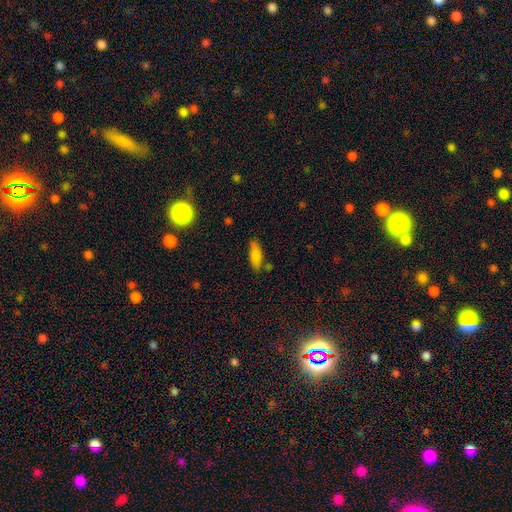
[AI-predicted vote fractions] This is clearly a smooth galaxy (81%). How rounded: possibly in between (60%). Merging: likely none (73%).